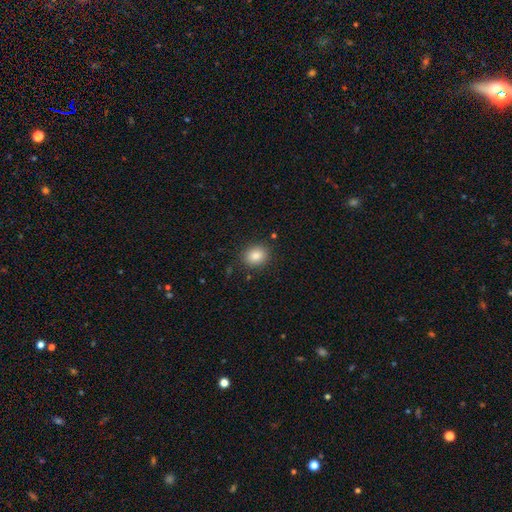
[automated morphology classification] smooth 85%, star or artifact 9%, featured or disk 6%. Down the decision tree: how rounded — round (58%); merging — none (87%).